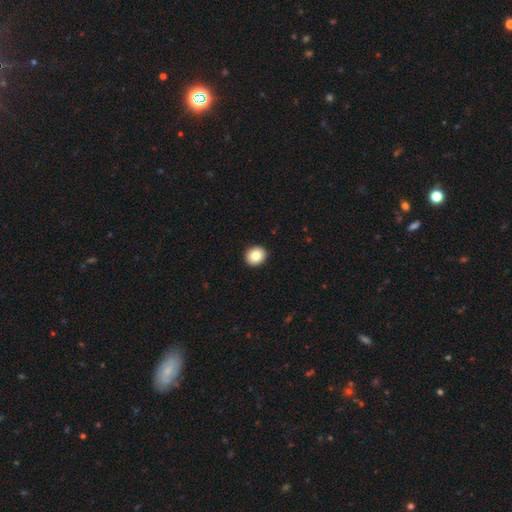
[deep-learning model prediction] The model was most divided on "how rounded": round: 79%, in between: 20%, cigar-shaped: 1%. More confident: merging — none (93%); smooth or featured — smooth (83%).